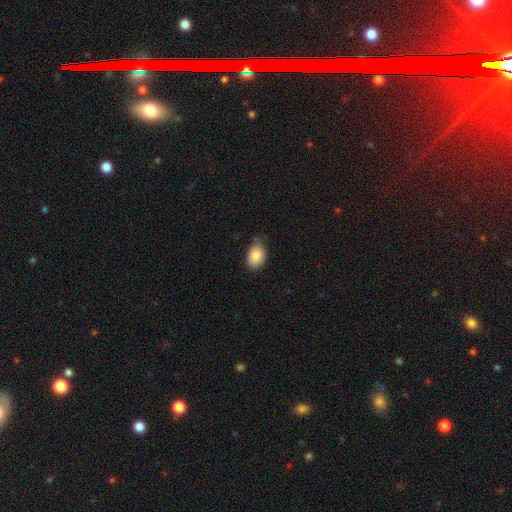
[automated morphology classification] Smooth or featured: smooth — 86% (star or artifact — 7%)
How rounded: in between — 83% (round — 16%)
Merging: none — 67% (minor disturbance — 28%)